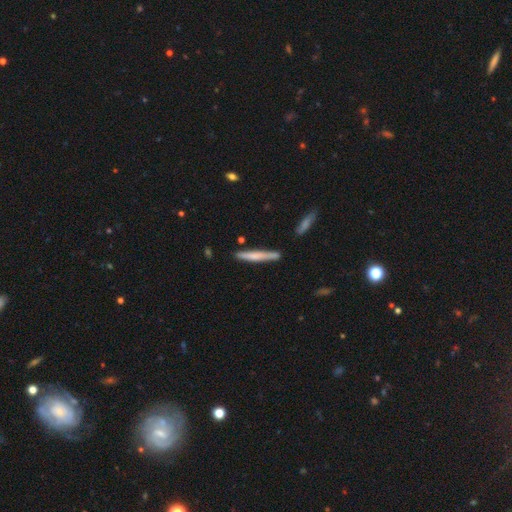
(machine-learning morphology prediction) Q: Smooth or featured?
A: smooth (59%); runner-up: featured or disk (35%)
Q: How rounded?
A: cigar-shaped (95%); runner-up: in between (3%)
Q: Merging?
A: none (82%); runner-up: minor disturbance (12%)